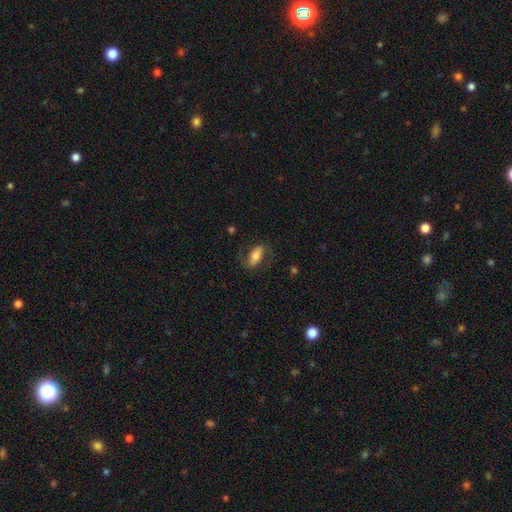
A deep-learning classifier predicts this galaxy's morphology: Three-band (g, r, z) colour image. It shows a smooth galaxy with no disk features (52%) that is in between round and cigar-shaped (83%). Merging: none (71%).